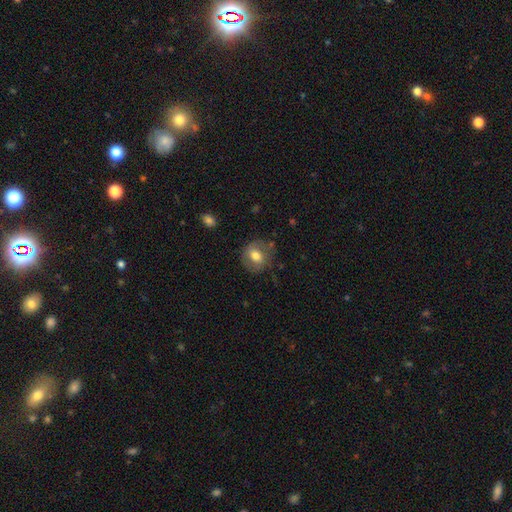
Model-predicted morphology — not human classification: smooth_or_featured: smooth (p=0.65) [alt: featured or disk p=0.27]
how_rounded: round (p=0.76) [alt: in between p=0.23]
merging: none (p=0.76) [alt: minor disturbance p=0.17]